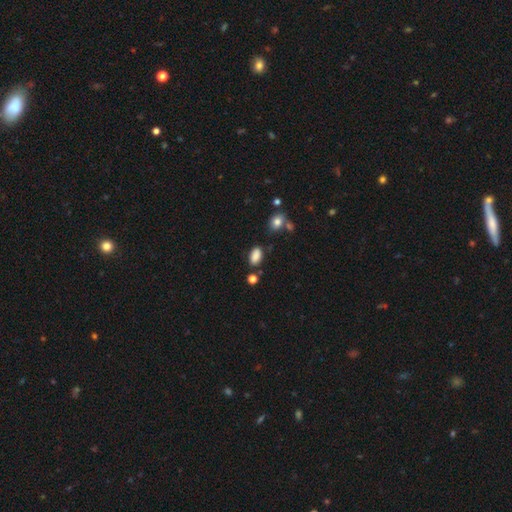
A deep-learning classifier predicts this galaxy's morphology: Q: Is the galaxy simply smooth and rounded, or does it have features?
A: smooth — 86%.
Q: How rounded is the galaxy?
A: in between — 92%.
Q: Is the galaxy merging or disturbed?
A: none — 76%.